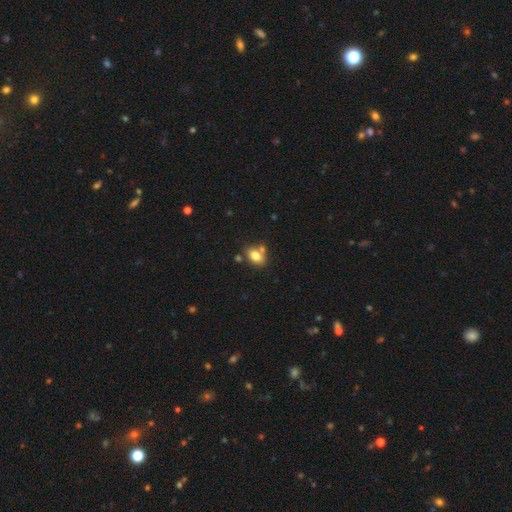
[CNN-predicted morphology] This is likely a smooth galaxy (80%). How rounded: likely in between (78%). Merging: likely none (60%).